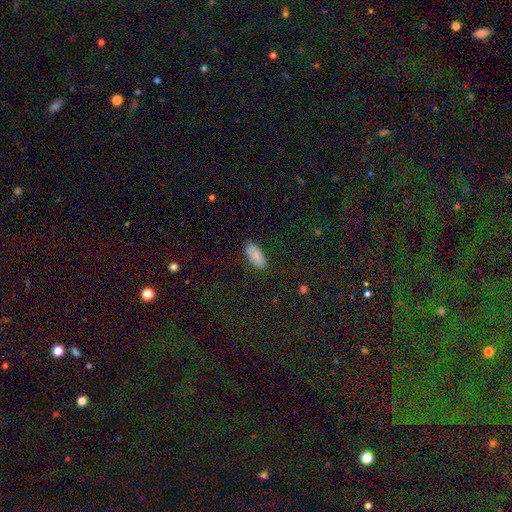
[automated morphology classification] Smooth or featured?
  - smooth: 83% *
  - featured or disk: 10%
  - star or artifact: 7%
How rounded?
  - in between: 92% *
  - cigar-shaped: 6%
  - round: 2%
Merging?
  - none: 85% *
  - minor disturbance: 11%
  - major disturbance: 2%
  - merger: 1%